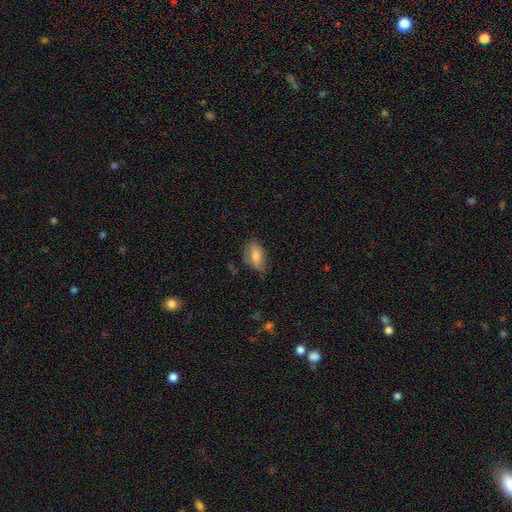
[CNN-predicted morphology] The model was most divided on "merging": none: 59%, minor disturbance: 30%, major disturbance: 9%, merger: 2%. More confident: how rounded — in between (90%); smooth or featured — smooth (73%).